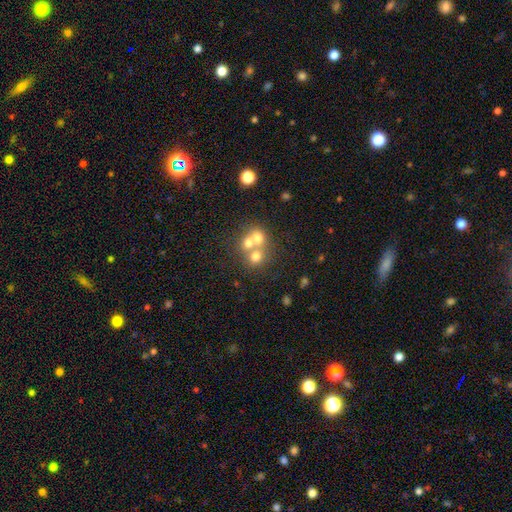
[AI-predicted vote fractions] This appears to be a smooth galaxy with no disk features (49%). Merging: merger (47%).